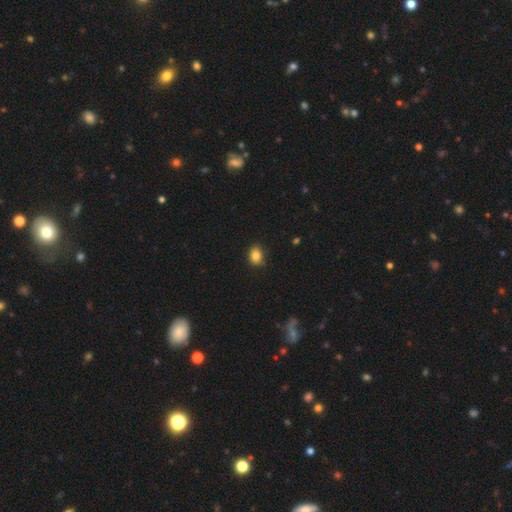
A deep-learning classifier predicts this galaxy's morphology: This is clearly a smooth galaxy (84%). How rounded: possibly in between (60%). Merging: likely none (80%).